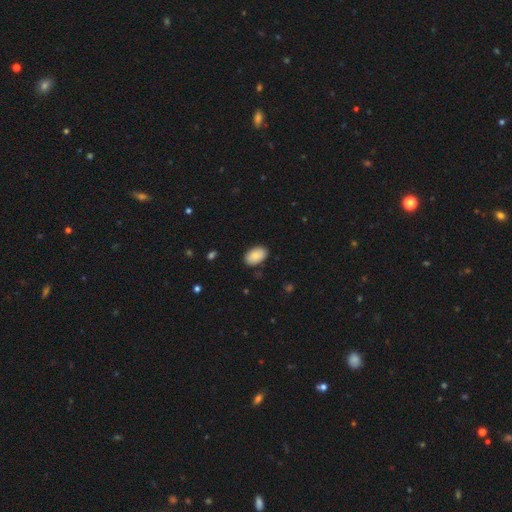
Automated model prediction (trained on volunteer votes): Smooth or featured? Predicted: smooth (p=0.84). How rounded? Predicted: in between (p=0.92). Merging? Predicted: none (p=0.85).